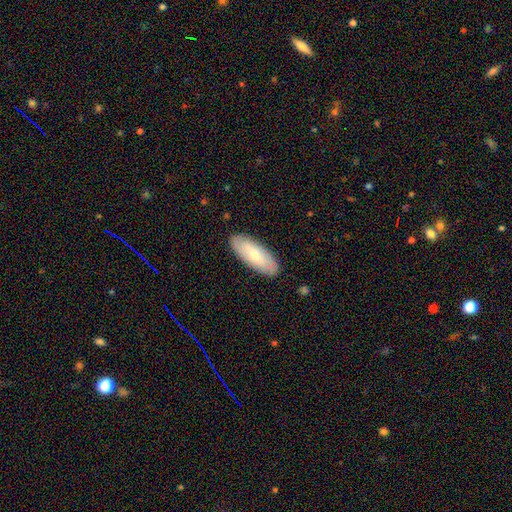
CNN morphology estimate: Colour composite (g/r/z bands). It shows a smooth galaxy with no disk features (62%) that is in between round and cigar-shaped (77%). Merging: none (86%).